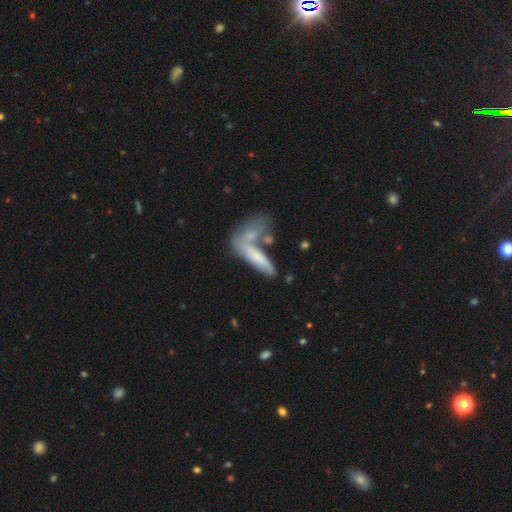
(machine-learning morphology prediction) smooth 61%, featured or disk 30%, star or artifact 9%. Down the decision tree: how rounded — cigar-shaped (64%); merging — merger (47%).